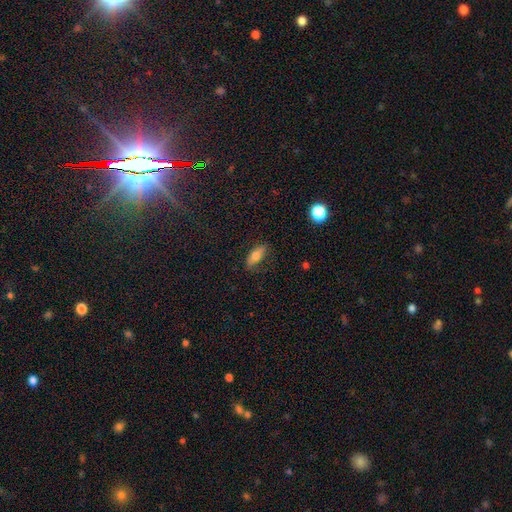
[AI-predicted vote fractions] smooth-or-featured: smooth: 69% | featured or disk: 23% | star or artifact: 8%
  how-rounded: in between: 76% | cigar-shaped: 20% | round: 4%
  merging: none: 78% | minor disturbance: 17% | major disturbance: 4% | merger: 1%